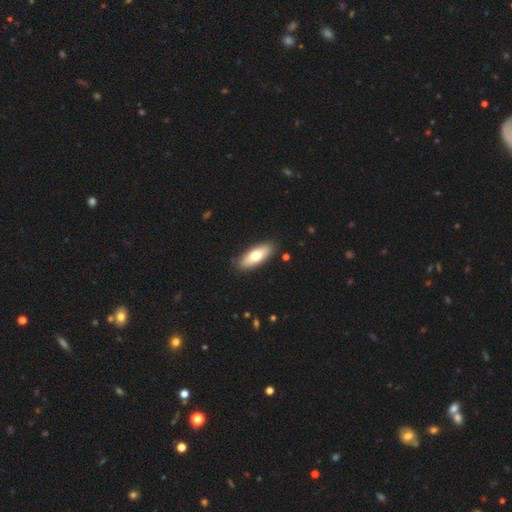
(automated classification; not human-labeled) smooth-or-featured: smooth: 68% | featured or disk: 27% | star or artifact: 6%
  how-rounded: in between: 73% | cigar-shaped: 25% | round: 2%
  merging: none: 88% | minor disturbance: 9% | major disturbance: 2% | merger: 1%